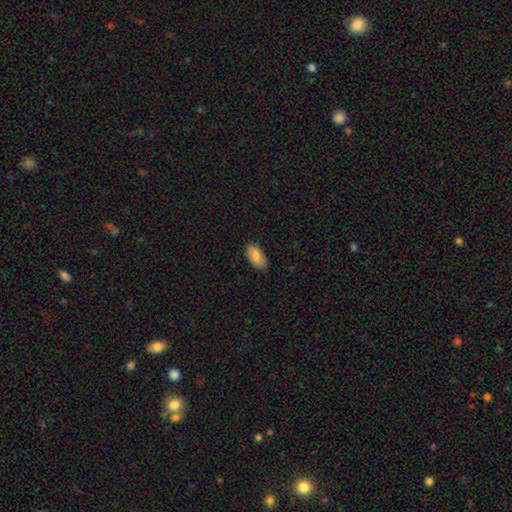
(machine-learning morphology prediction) type=smooth (82%); roundness=in between (93%); merging=none (81%).